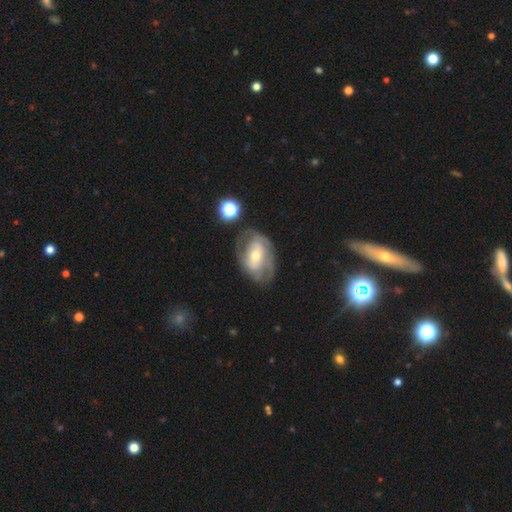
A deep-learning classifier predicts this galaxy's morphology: type=featured or disk (69%); edge-on=no (95%); bar=no (42%); spiral arms=yes (73%); bulge=moderate (55%); merging=none (61%).